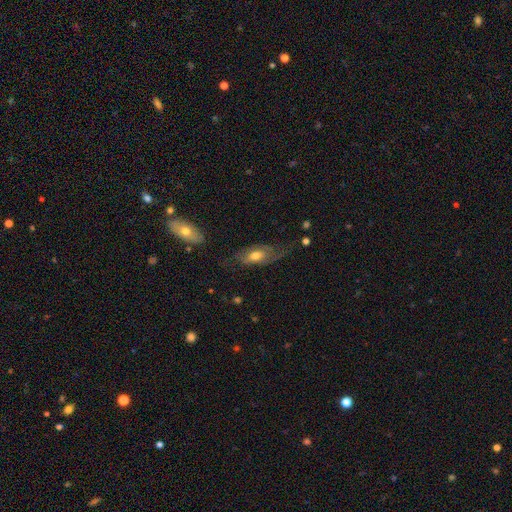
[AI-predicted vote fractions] Q: Smooth or featured?
A: featured or disk (56%); runner-up: smooth (37%)
Q: Edge-on disk?
A: no (84%); runner-up: yes (16%)
Q: Merging?
A: none (51%); runner-up: minor disturbance (25%)